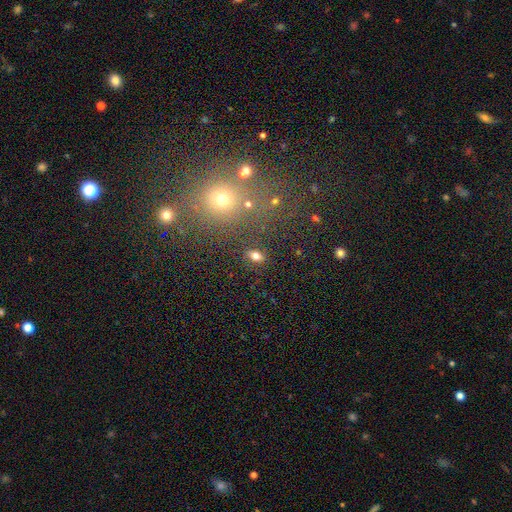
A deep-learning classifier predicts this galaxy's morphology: Smooth or featured? smooth (76%)
How rounded? in between (82%)
Merging? none (84%)